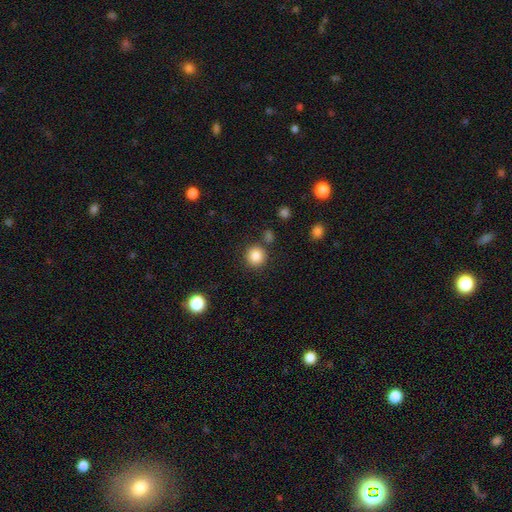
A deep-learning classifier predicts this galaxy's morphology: This is clearly a smooth galaxy (86%). How rounded: clearly round (92%). Merging: clearly none (85%).